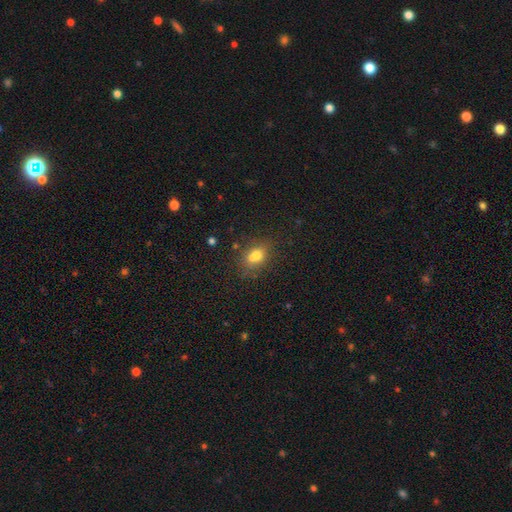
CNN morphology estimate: Smooth or featured? smooth (70%)
How rounded? in between (63%)
Merging? none (49%)